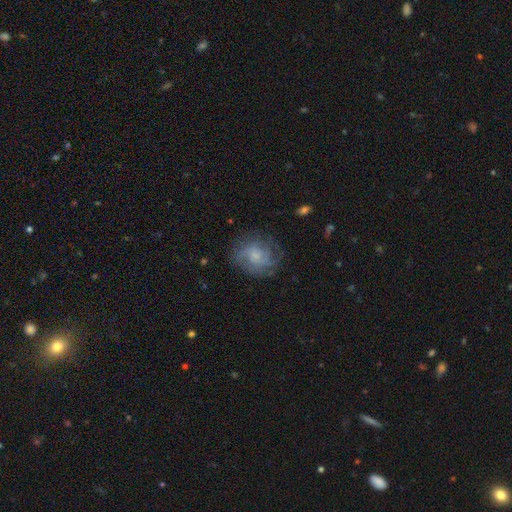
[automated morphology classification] smooth_or_featured: featured or disk (p=0.60) [alt: smooth p=0.31]
disk_edge_on: no (p=0.97) [alt: yes p=0.03]
bar: no (p=0.73) [alt: weak p=0.24]
has_spiral_arms: yes (p=0.85) [alt: no p=0.15]
bulge_size: small (p=0.44) [alt: moderate p=0.31]
merging: none (p=0.70) [alt: minor disturbance p=0.18]